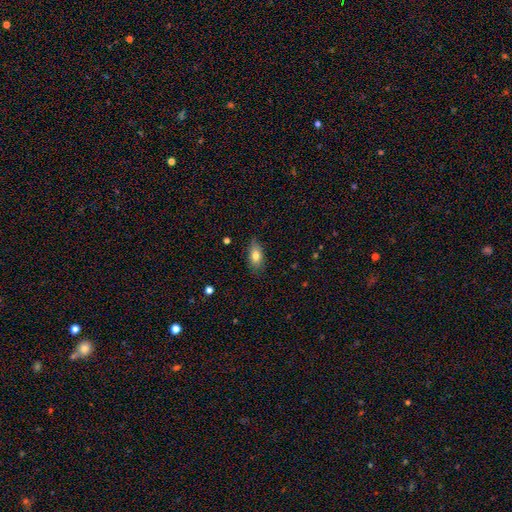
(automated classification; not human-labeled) A smooth galaxy with no disk features (77%) that is in between round and cigar-shaped (85%). Merging: none (74%).